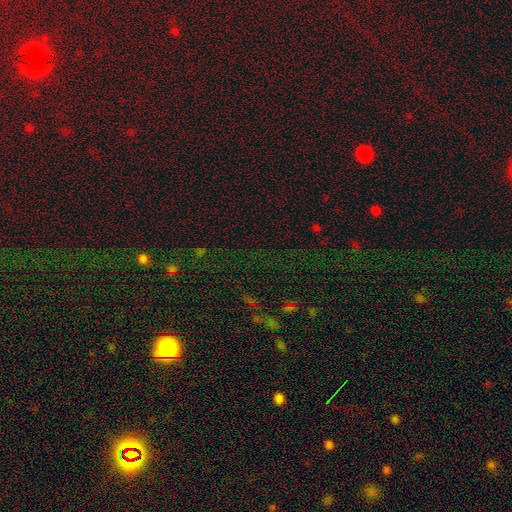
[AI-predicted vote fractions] Morphology: type=star or artifact (78%).